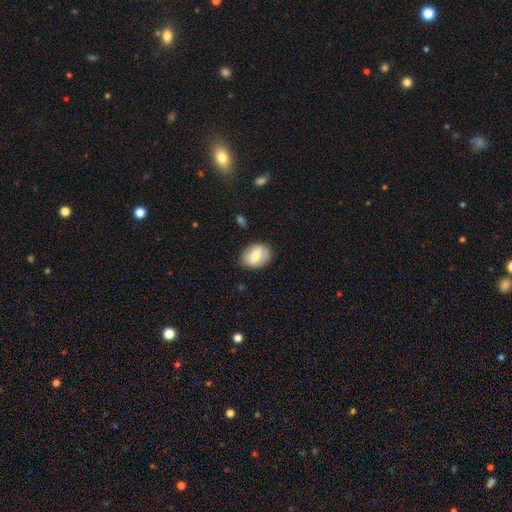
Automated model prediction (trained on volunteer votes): Smooth or featured?
  - smooth: 74% *
  - featured or disk: 19%
  - star or artifact: 7%
How rounded?
  - in between: 67% *
  - round: 32%
  - cigar-shaped: 1%
Merging?
  - none: 80% *
  - minor disturbance: 15%
  - major disturbance: 4%
  - merger: 1%